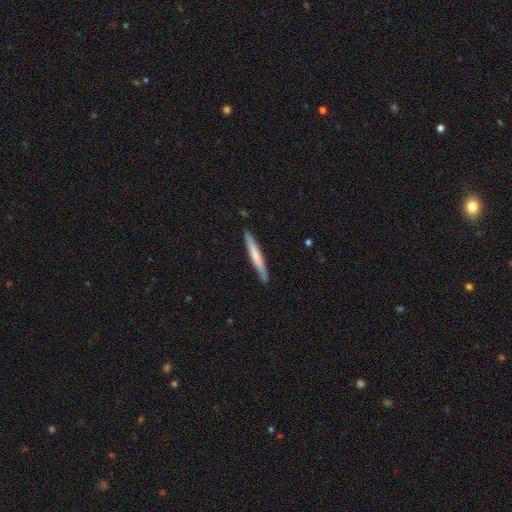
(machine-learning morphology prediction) Smooth or featured? Predicted: smooth (p=0.61). How rounded? Predicted: cigar-shaped (p=0.96). Merging? Predicted: none (p=0.88).